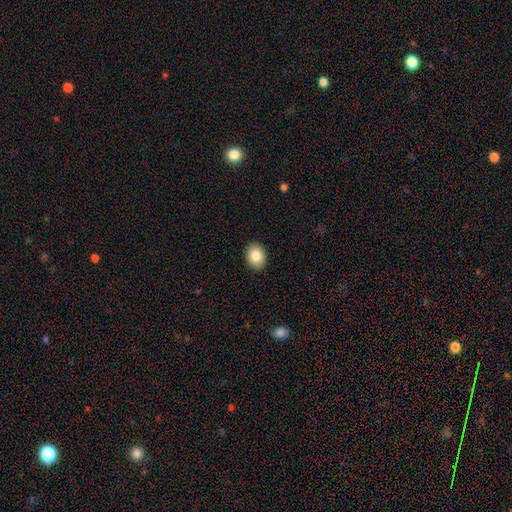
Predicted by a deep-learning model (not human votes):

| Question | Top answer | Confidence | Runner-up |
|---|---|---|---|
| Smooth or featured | smooth | 84% | featured or disk (9%) |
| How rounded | in between | 69% | round (31%) |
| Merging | none | 90% | minor disturbance (7%) |